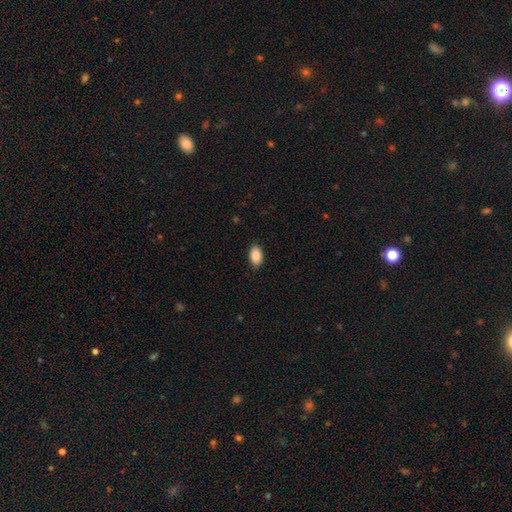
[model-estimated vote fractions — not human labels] This appears to be a smooth galaxy with no disk features (89%) that is in between round and cigar-shaped (92%). Merging: none (88%).